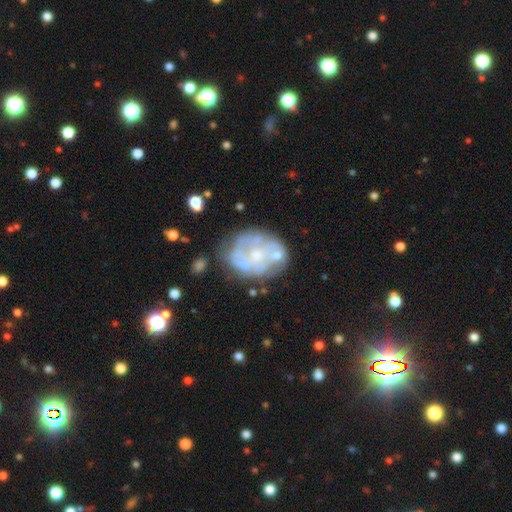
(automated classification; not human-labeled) This appears to be a featured or disk galaxy (72%) with no bar (81%), no spiral arms (55%) and a small central bulge (52%). Merging: none (56%).